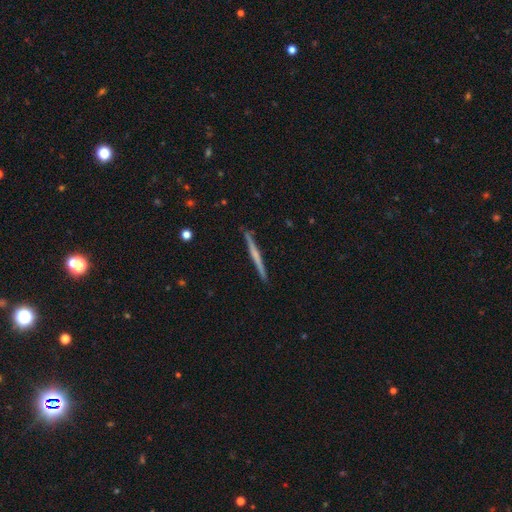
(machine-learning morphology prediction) Smooth or featured? featured or disk (59%)
Edge-on disk? yes (98%)
Edge-on bulge? none (64%)
Merging? none (91%)